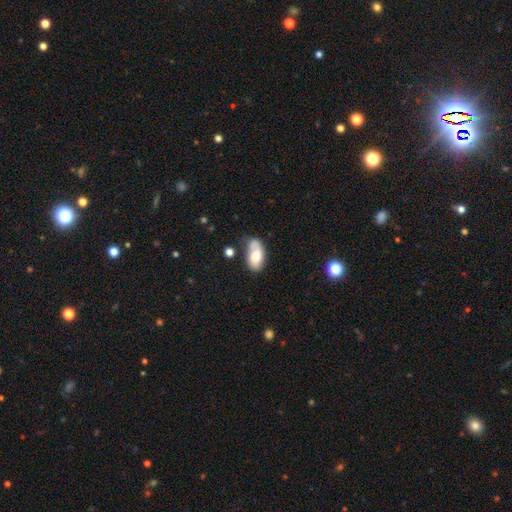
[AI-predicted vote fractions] Q: Smooth or featured?
A: smooth (71%); runner-up: featured or disk (21%)
Q: How rounded?
A: in between (93%); runner-up: round (4%)
Q: Merging?
A: none (44%); runner-up: minor disturbance (29%)